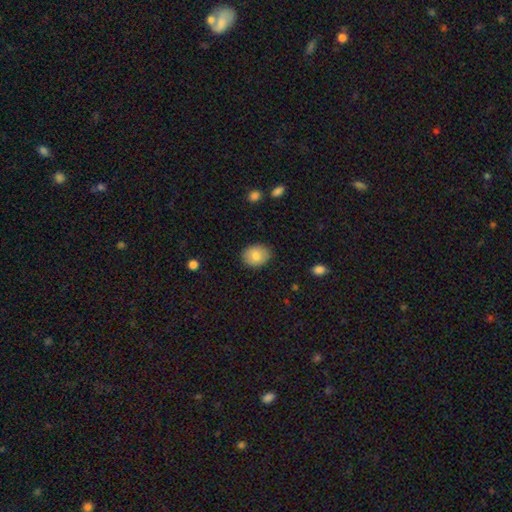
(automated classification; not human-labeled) Q: Smooth or featured?
A: smooth (84%); runner-up: featured or disk (9%)
Q: How rounded?
A: in between (53%); runner-up: round (46%)
Q: Merging?
A: none (85%); runner-up: minor disturbance (11%)